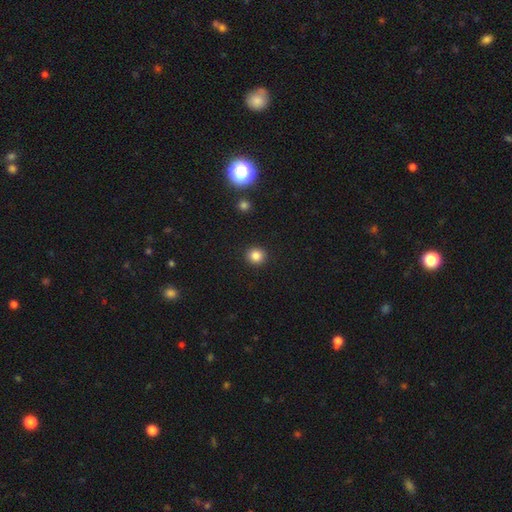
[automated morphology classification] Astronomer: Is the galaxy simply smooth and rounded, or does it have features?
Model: smooth — 84%.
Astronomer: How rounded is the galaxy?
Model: round — 91%.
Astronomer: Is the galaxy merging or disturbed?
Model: none — 92%.